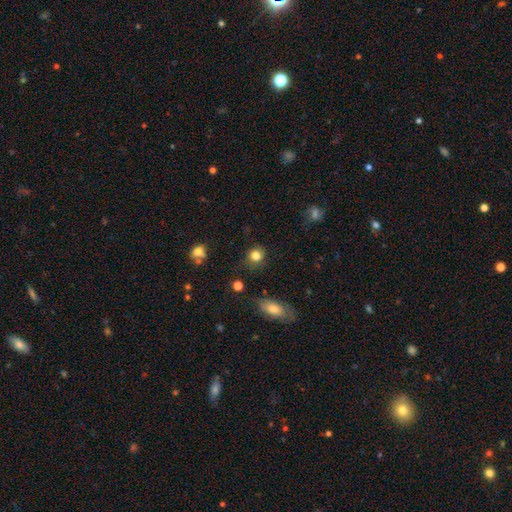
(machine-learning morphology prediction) Smooth or featured: smooth — 83% (star or artifact — 11%)
How rounded: round — 84% (in between — 15%)
Merging: none — 81% (minor disturbance — 13%)